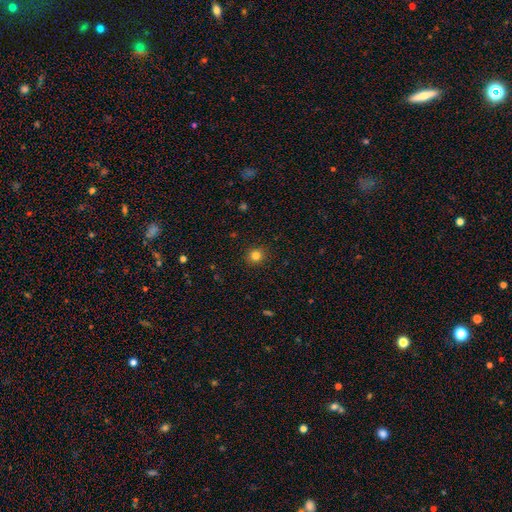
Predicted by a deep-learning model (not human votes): Morphology: type=smooth (82%); roundness=round (86%); merging=none (91%).